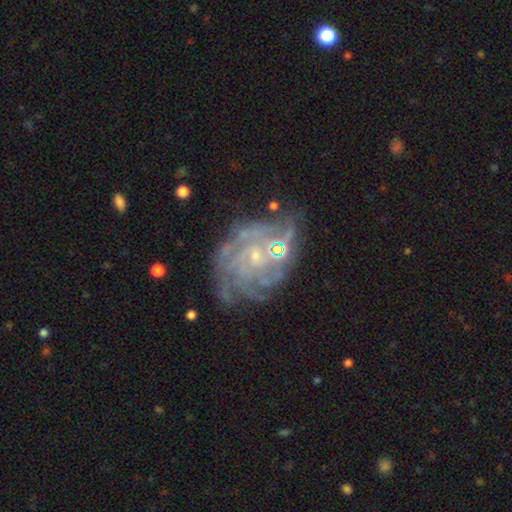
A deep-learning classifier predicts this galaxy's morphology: smooth_or_featured: featured or disk (p=0.84) [alt: star or artifact p=0.09]
disk_edge_on: no (p=0.98) [alt: yes p=0.02]
bar: no (p=0.72) [alt: weak p=0.23]
has_spiral_arms: yes (p=0.93) [alt: no p=0.07]
spiral_winding: tight (p=0.66) [alt: medium p=0.27]
spiral_arm_count: can't tell (p=0.34) [alt: 4 p=0.22]
bulge_size: small (p=0.73) [alt: moderate p=0.19]
merging: none (p=0.58) [alt: minor disturbance p=0.21]